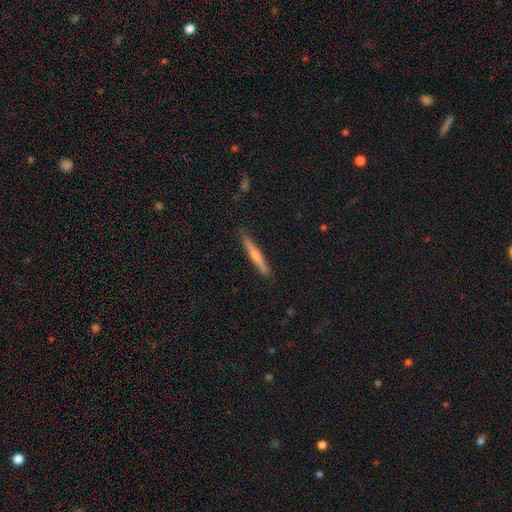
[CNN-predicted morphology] A smooth galaxy with no disk features (57%) that is cigar-shaped (95%). Merging: none (88%).